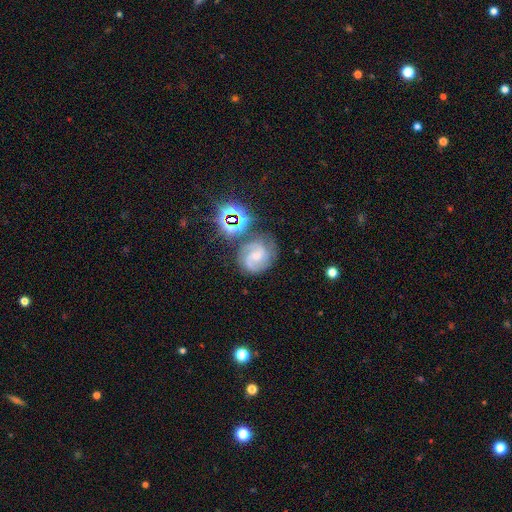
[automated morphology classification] Q: Smooth or featured?
A: featured or disk (78%); runner-up: smooth (11%)
Q: Edge-on disk?
A: no (98%); runner-up: yes (2%)
Q: Bar?
A: no (56%); runner-up: weak (36%)
Q: Spiral arms?
A: yes (97%); runner-up: no (3%)
Q: Spiral winding?
A: medium (48%); runner-up: tight (41%)
Q: Spiral arm count?
A: 2 (57%); runner-up: 3 (25%)
Q: Bulge size?
A: small (60%); runner-up: moderate (33%)
Q: Merging?
A: none (69%); runner-up: minor disturbance (18%)